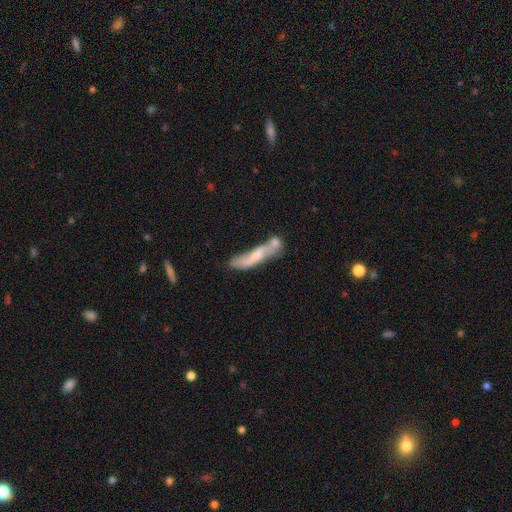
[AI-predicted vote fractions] Q: Smooth or featured?
A: smooth (47%); runner-up: featured or disk (46%)
Q: Merging?
A: merger (36%); runner-up: none (32%)